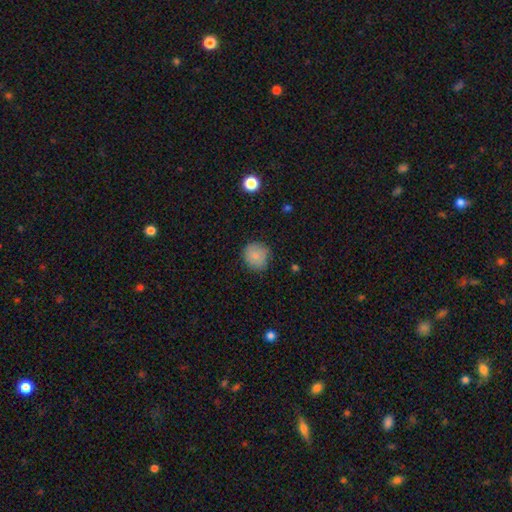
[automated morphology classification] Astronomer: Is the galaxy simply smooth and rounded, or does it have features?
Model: smooth — 81%.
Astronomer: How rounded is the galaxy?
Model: round — 86%.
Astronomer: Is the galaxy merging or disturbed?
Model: none — 78%.